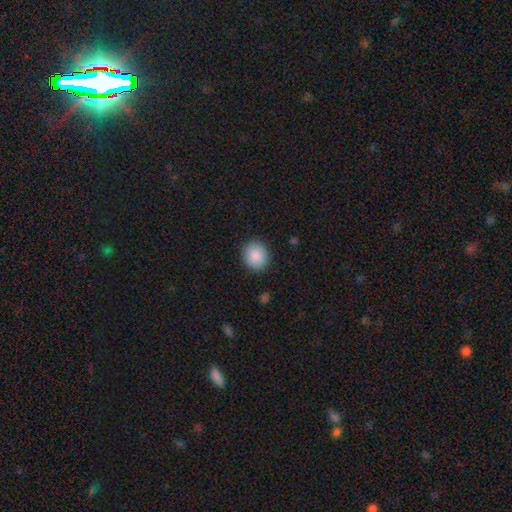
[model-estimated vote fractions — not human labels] Q: Smooth or featured?
A: smooth (88%); runner-up: star or artifact (8%)
Q: How rounded?
A: round (82%); runner-up: in between (17%)
Q: Merging?
A: none (90%); runner-up: minor disturbance (7%)